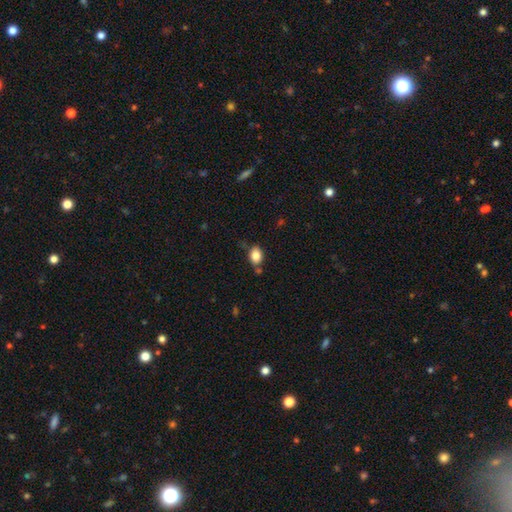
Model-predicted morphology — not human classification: The model was most divided on "how rounded": in between: 73%, round: 25%, cigar-shaped: 1%. More confident: smooth or featured — smooth (83%); merging — none (71%).